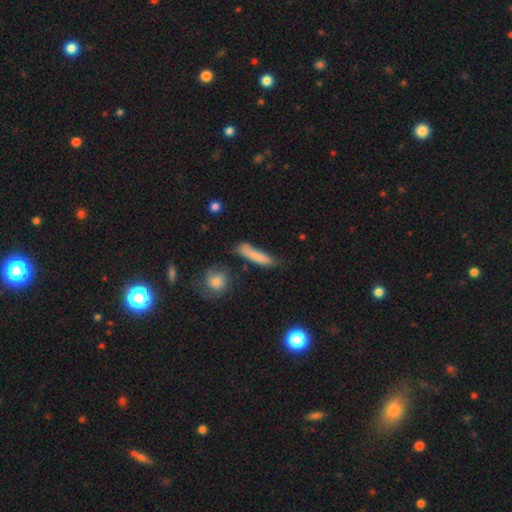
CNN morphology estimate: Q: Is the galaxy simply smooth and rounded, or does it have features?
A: smooth — 79%.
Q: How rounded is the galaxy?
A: cigar-shaped — 82%.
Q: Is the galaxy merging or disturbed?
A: none — 58%.